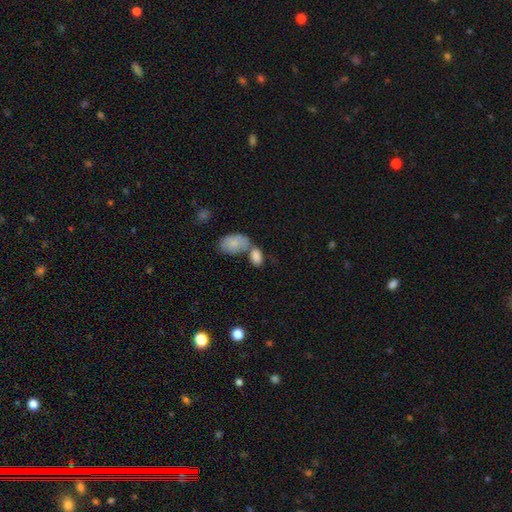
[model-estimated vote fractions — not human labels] This appears to be a smooth galaxy with no disk features (84%) that is in between round and cigar-shaped (90%). Merging: merger (49%).